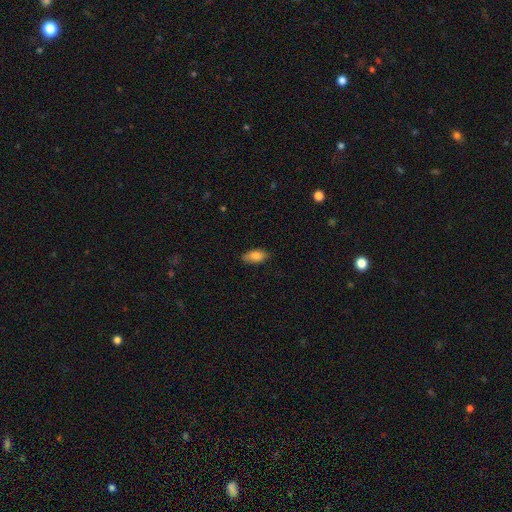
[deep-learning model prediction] The model was most divided on "merging": none: 83%, minor disturbance: 14%, major disturbance: 2%, merger: 1%. More confident: how rounded — in between (90%); smooth or featured — smooth (83%).